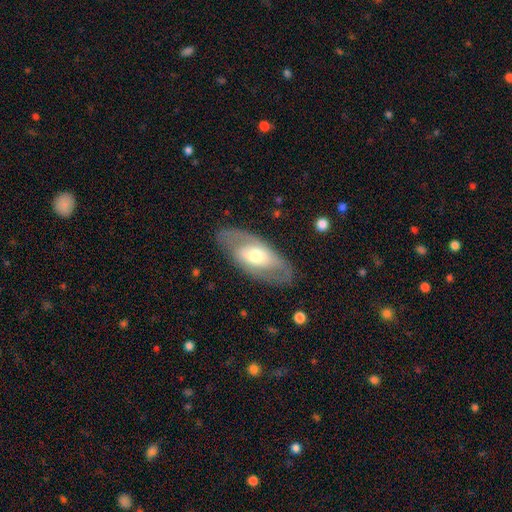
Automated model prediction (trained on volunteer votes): This is possibly a featured or disk galaxy (60%). It is clearly not viewed edge-on (86%). Bar: likely no (60%). Spiral arm pattern: possibly yes (52%). Central bulge: likely moderate (63%). Merging: clearly none (80%).